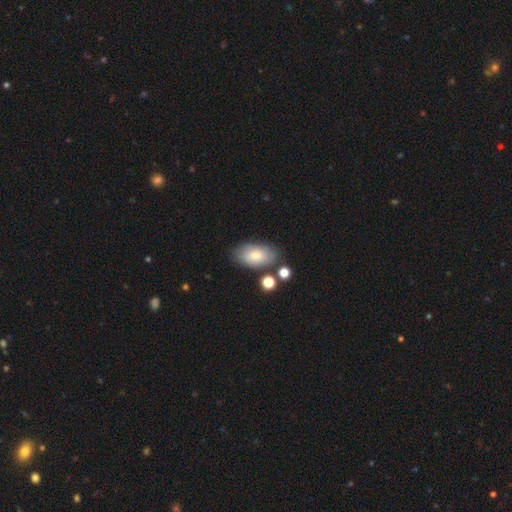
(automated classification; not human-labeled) A smooth galaxy with no disk features (77%) that is in between round and cigar-shaped (93%). Merging: none (75%).